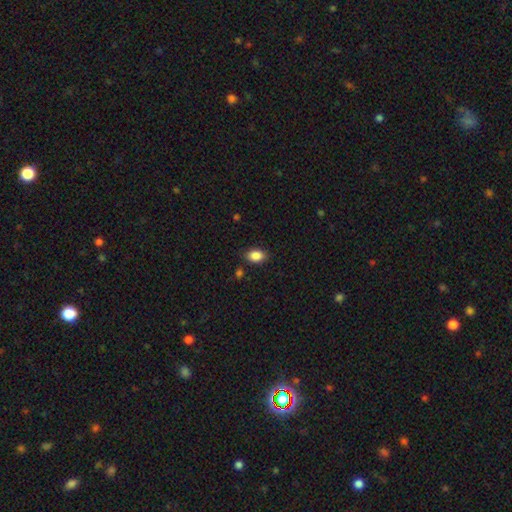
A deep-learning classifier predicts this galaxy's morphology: A smooth galaxy with no disk features (87%) that is in between round and cigar-shaped (85%). Merging: none (84%).